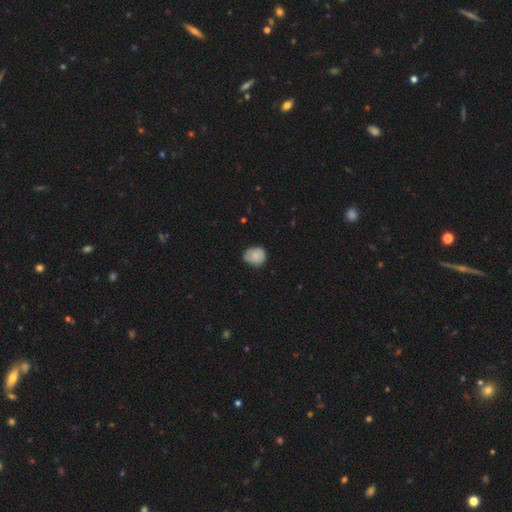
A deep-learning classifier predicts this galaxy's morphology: A smooth galaxy with no disk features (74%) that is round (65%).

Vote fractions:
- Smooth or featured? smooth: 74% / featured or disk: 19% / star or artifact: 8%
- How rounded? round: 65% / in between: 34% / cigar-shaped: 1%
- Merging? none: 67% / minor disturbance: 28% / major disturbance: 4% / merger: 1%